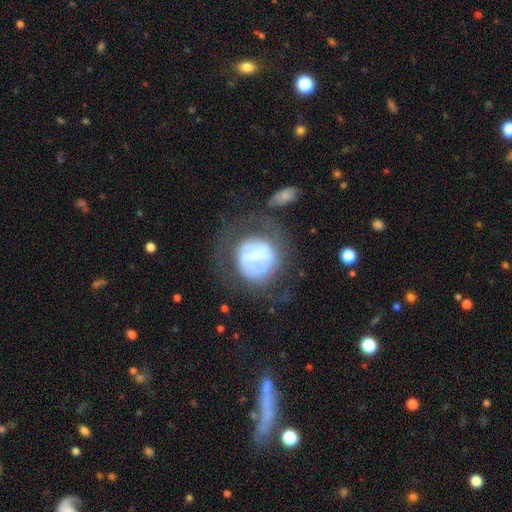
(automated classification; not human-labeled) A featured or disk galaxy (55%) with no bar (44%), no spiral arms (64%) and a small central bulge (44%).

Vote fractions:
- Smooth or featured? featured or disk: 55% / smooth: 37% / star or artifact: 8%
- Edge-on disk? no: 96% / yes: 4%
- Bar? no: 44% / weak: 35% / strong: 20%
- Spiral arms? no: 64% / yes: 36%
- Bulge size? small: 44% / moderate: 35% / large: 11% / none: 8% / dominant: 3%
- Merging? none: 44% / major disturbance: 31% / minor disturbance: 19% / merger: 6%